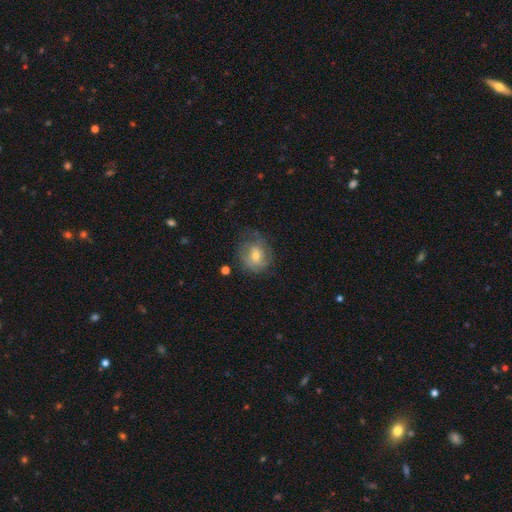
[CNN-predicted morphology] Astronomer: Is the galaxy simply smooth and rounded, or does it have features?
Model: featured or disk — 58% (runner-up: smooth, 34%).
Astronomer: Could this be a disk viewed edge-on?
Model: no — 97%.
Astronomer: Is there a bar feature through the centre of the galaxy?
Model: no — 53% (runner-up: weak, 38%).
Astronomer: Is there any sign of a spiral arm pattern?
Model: yes — 76%.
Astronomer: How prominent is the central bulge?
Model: moderate — 56% (runner-up: small, 38%).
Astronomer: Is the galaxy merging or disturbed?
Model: none — 61%.